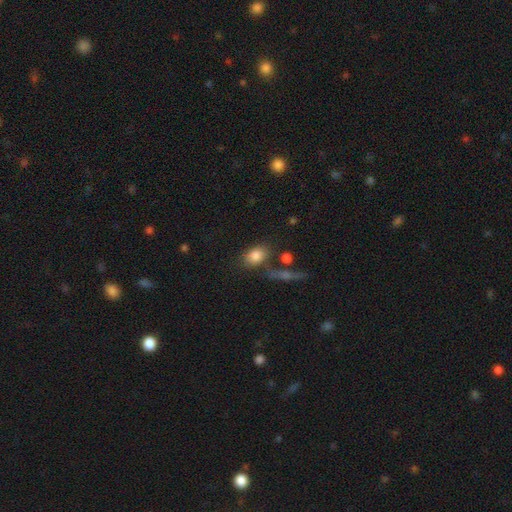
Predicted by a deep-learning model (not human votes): Q: Smooth or featured?
A: smooth (82%); runner-up: featured or disk (9%)
Q: How rounded?
A: in between (78%); runner-up: round (19%)
Q: Merging?
A: none (65%); runner-up: minor disturbance (16%)